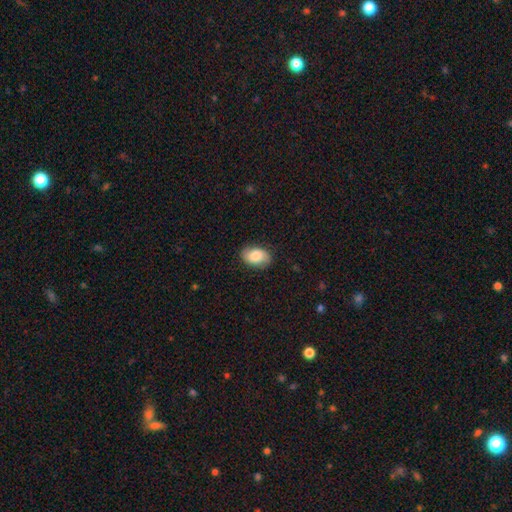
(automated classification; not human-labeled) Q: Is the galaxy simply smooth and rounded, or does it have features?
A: smooth — 78%.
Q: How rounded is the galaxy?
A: in between — 86%.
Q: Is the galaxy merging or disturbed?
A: none — 84%.